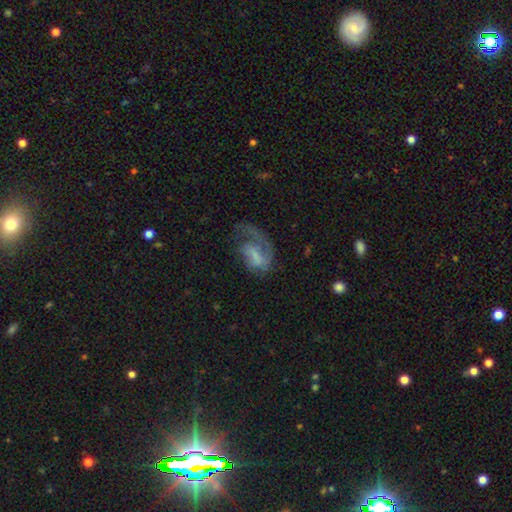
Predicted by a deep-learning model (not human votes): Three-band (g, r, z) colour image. It shows a featured or disk galaxy (61%) with no bar (44%), spiral arms (77%) and no central bulge (43%). Merging: major disturbance (50%).